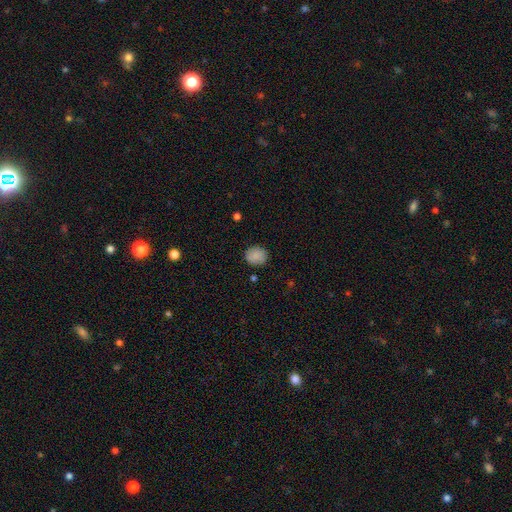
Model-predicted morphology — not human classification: type=smooth (86%); roundness=round (82%); merging=none (85%).